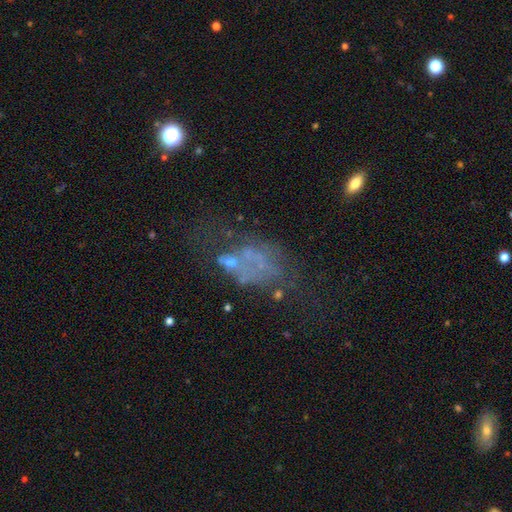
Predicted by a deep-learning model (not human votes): Overall: featured or disk (53%; smooth 26%). Edge-on disk: no (97%). Bar: no (94%). Spiral arms: no (94%). Bulge size: none (82%). Merging: major disturbance (35%; none 33%).